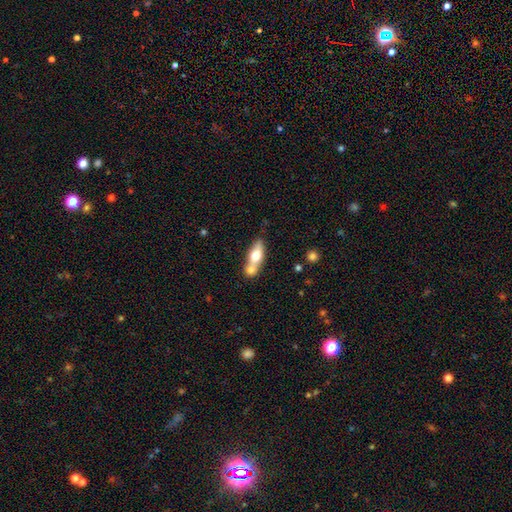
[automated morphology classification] smooth 62%, featured or disk 31%, star or artifact 6%. Down the decision tree: how rounded — in between (65%); merging — merger (49%).